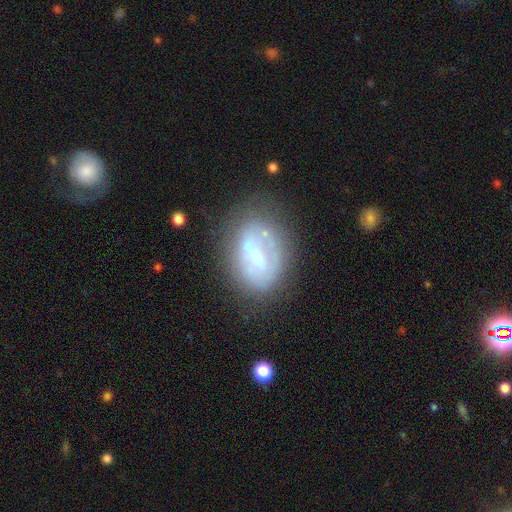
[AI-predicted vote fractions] Overall: featured or disk (54%; smooth 36%). Edge-on disk: no (96%). Bar: no (57%; weak 29%). Spiral arms: no (74%). Bulge size: small (43%; moderate 26%). Merging: none (49%; minor disturbance 23%).